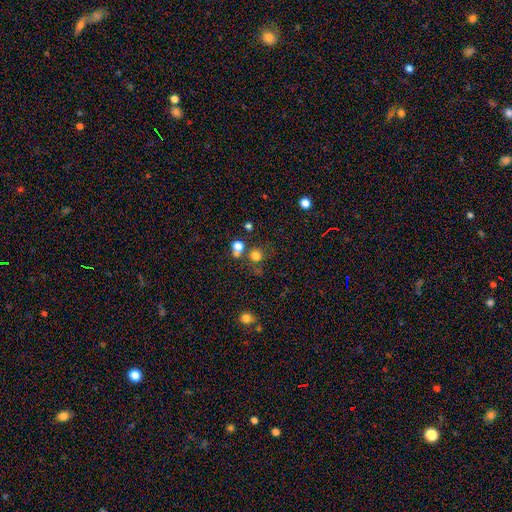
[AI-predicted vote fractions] Overall: smooth (73%). How rounded: round (90%). Merging: none (64%).